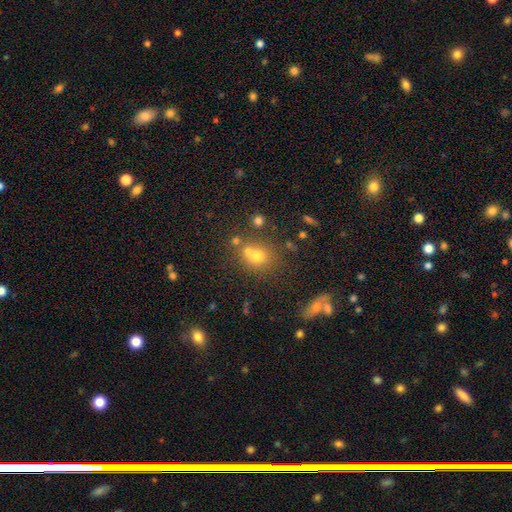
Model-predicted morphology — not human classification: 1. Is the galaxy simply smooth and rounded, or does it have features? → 61% smooth, 22% star or artifact, 17% featured or disk.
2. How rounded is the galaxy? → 71% round, 27% in between, 1% cigar-shaped.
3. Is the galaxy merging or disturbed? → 49% none, 36% merger, 10% minor disturbance, 5% major disturbance.